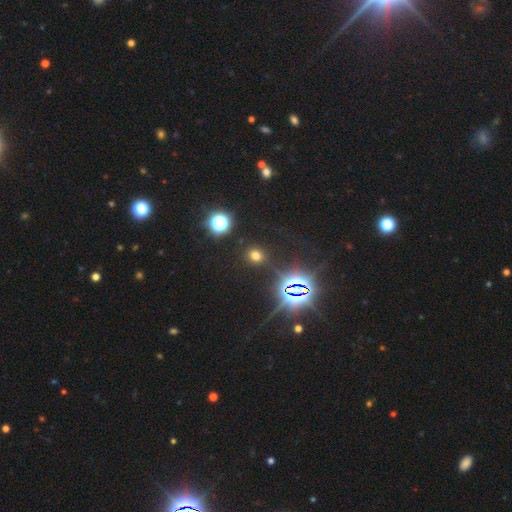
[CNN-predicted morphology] Smooth or featured? Predicted: smooth (p=0.60). How rounded? Predicted: round (p=0.82). Merging? Predicted: none (p=0.86).